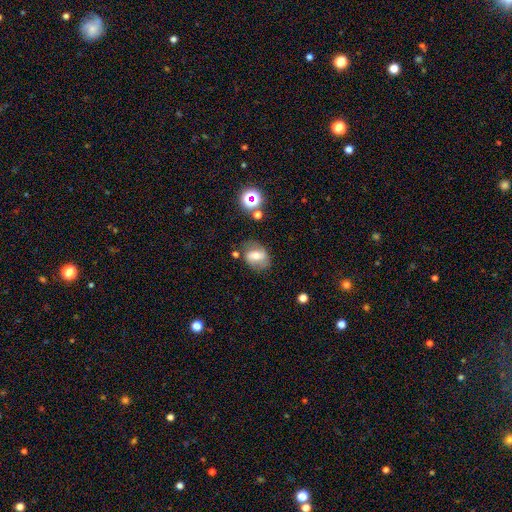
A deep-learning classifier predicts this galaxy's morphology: Smooth or featured?
  - featured or disk: 50% *
  - smooth: 38%
  - star or artifact: 12%
Merging?
  - none: 68% *
  - minor disturbance: 19%
  - major disturbance: 8%
  - merger: 4%